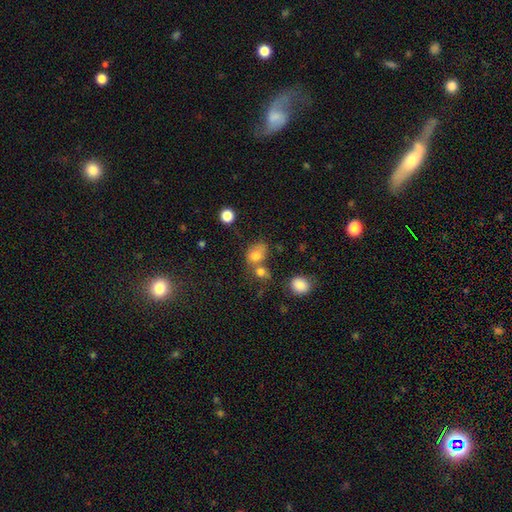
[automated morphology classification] Smooth or featured? smooth (76%)
How rounded? in between (59%)
Merging? merger (40%)